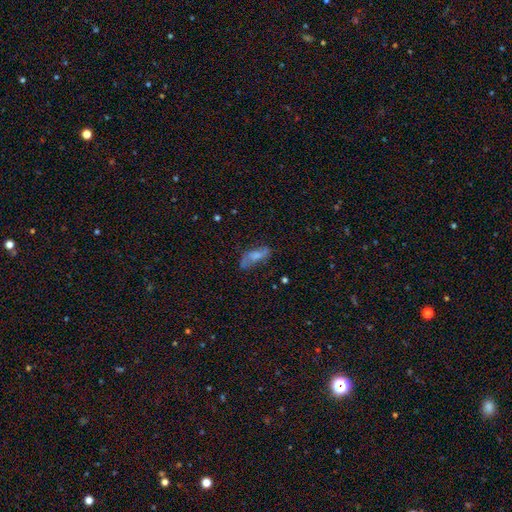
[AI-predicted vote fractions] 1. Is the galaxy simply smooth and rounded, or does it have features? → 58% smooth, 32% featured or disk, 10% star or artifact.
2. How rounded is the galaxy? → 71% in between, 26% cigar-shaped, 3% round.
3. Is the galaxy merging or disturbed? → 53% none, 27% minor disturbance, 16% major disturbance, 4% merger.